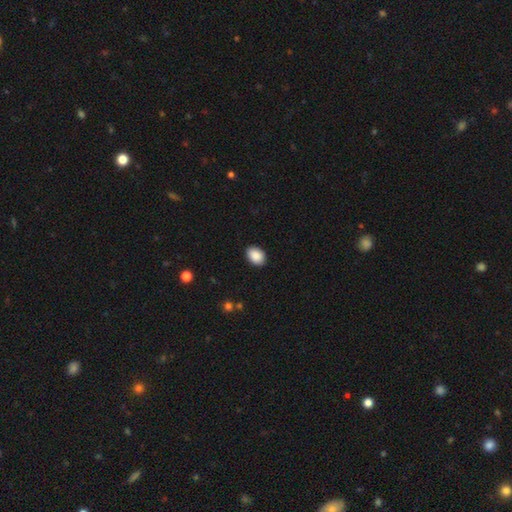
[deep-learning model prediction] Smooth or featured? smooth (90%)
How rounded? in between (77%)
Merging? none (89%)